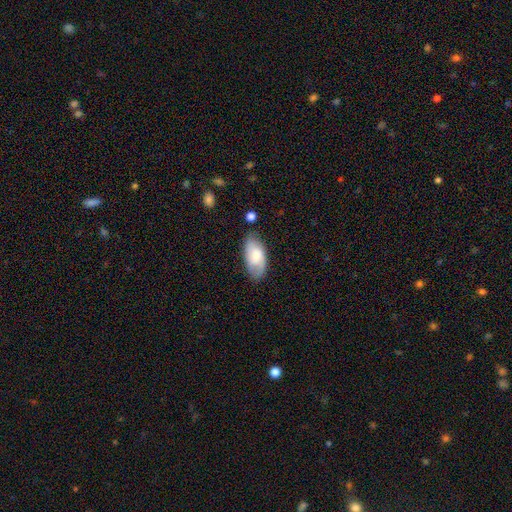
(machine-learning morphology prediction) type=smooth (55%); roundness=in between (93%); merging=none (73%).